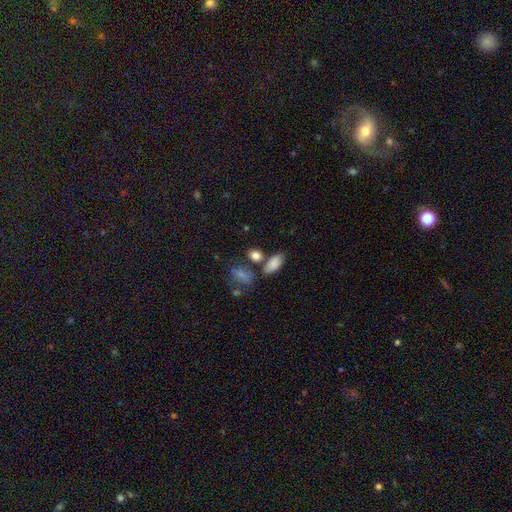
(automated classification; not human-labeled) The model was most divided on "how rounded": in between: 69%, round: 27%, cigar-shaped: 5%. More confident: smooth or featured — smooth (84%); merging — none (62%).